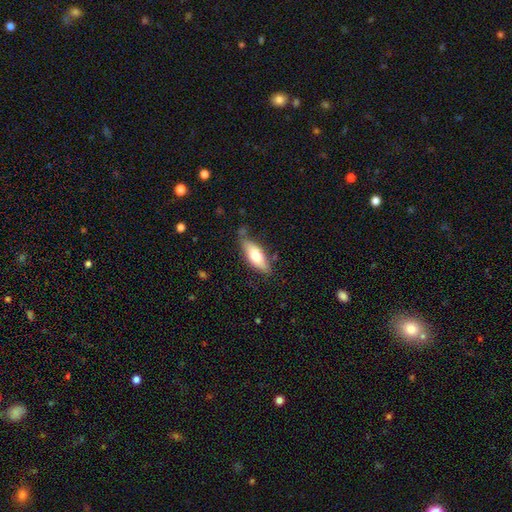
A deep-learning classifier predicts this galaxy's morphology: smooth 65%, featured or disk 29%, star or artifact 6%. Down the decision tree: how rounded — in between (69%); merging — none (74%).